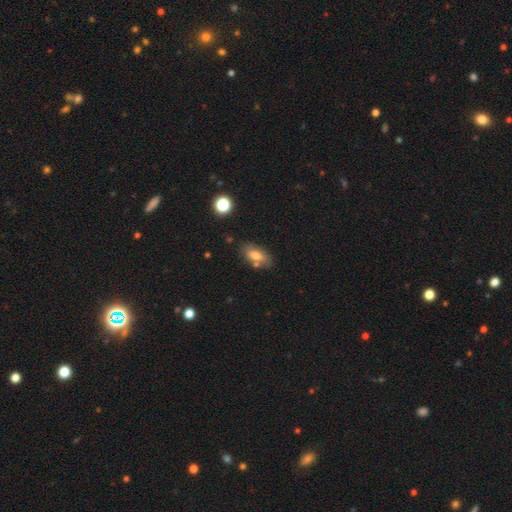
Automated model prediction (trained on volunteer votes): Overall: smooth (70%). How rounded: in between (87%). Merging: none (72%).